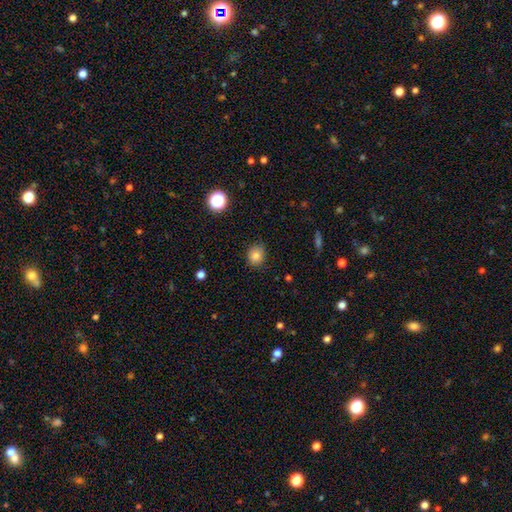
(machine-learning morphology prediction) Smooth or featured: smooth — 82% (star or artifact — 12%)
How rounded: round — 74% (in between — 25%)
Merging: none — 84% (minor disturbance — 12%)